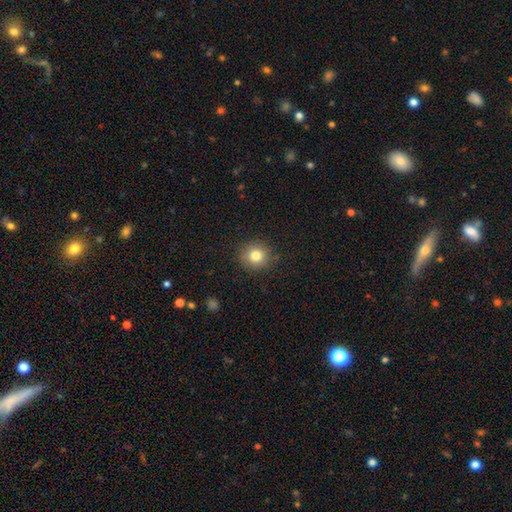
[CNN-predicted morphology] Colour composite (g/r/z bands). It shows a smooth galaxy with no disk features (81%) that is round (90%). Merging: none (89%).